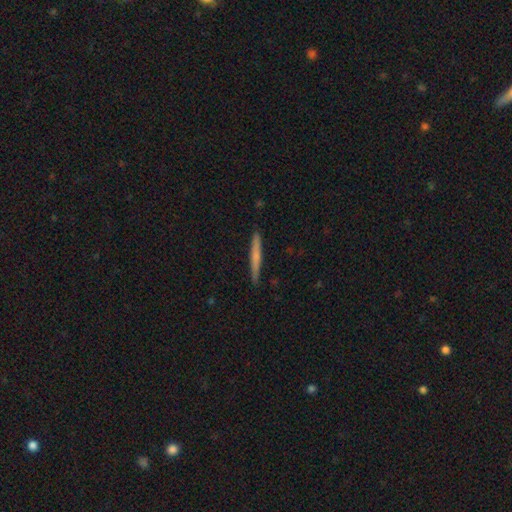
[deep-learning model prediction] A smooth galaxy with no disk features (55%) that is cigar-shaped (96%).

Vote fractions:
- Smooth or featured? smooth: 55% / featured or disk: 40% / star or artifact: 6%
- How rounded? cigar-shaped: 96% / in between: 2% / round: 1%
- Merging? none: 91% / minor disturbance: 7% / major disturbance: 1% / merger: 1%